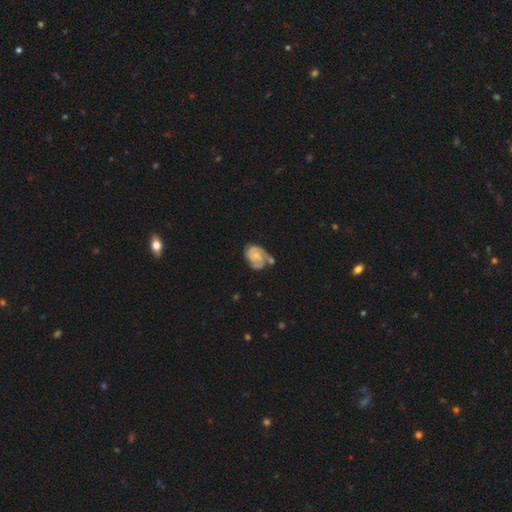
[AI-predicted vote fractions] Morphology: type=featured or disk (76%); edge-on=no (98%); bar=no (69%); spiral arms=yes (93%); winding=tight (56%); arm count=2 (53%); bulge=small (57%); merging=none (47%).